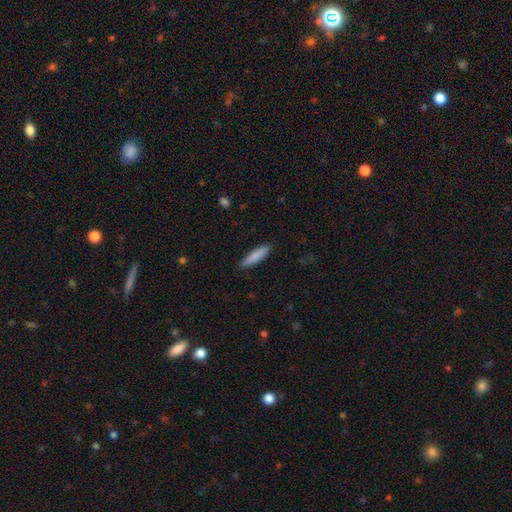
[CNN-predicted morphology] type=smooth (85%); roundness=cigar-shaped (79%); merging=none (89%).